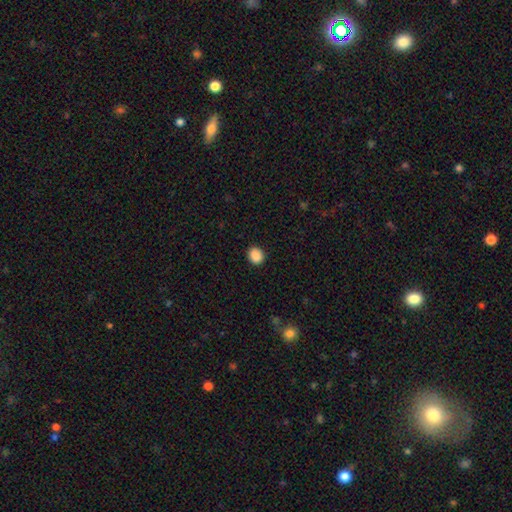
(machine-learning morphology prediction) Smooth or featured: smooth — 89% (star or artifact — 9%)
How rounded: round — 71% (in between — 28%)
Merging: none — 91% (minor disturbance — 6%)